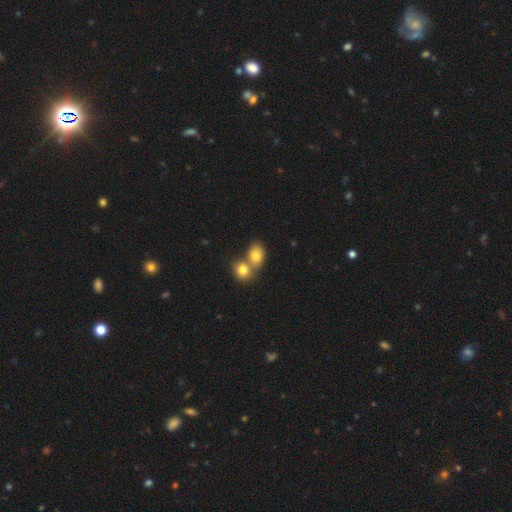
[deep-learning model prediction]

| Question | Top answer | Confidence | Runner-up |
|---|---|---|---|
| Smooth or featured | smooth | 79% | featured or disk (11%) |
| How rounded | in between | 56% | round (43%) |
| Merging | merger | 60% | none (32%) |